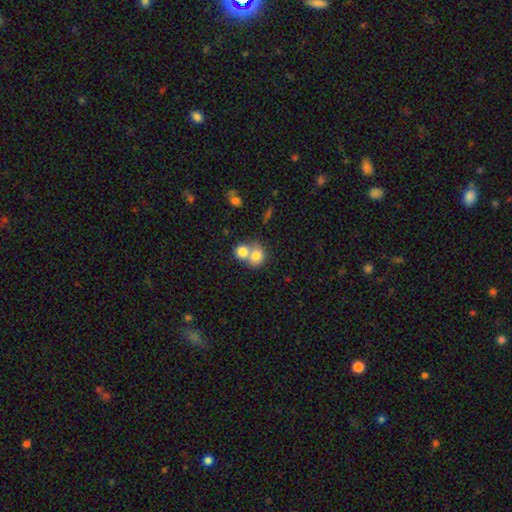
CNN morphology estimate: Q: Smooth or featured?
A: smooth (79%); runner-up: featured or disk (12%)
Q: How rounded?
A: round (70%); runner-up: in between (29%)
Q: Merging?
A: merger (63%); runner-up: none (28%)